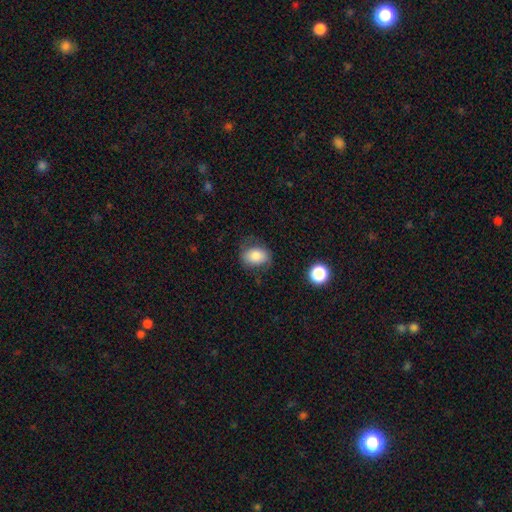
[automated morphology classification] Smooth or featured? Predicted: smooth (p=0.80). How rounded? Predicted: in between (p=0.71). Merging? Predicted: none (p=0.66).